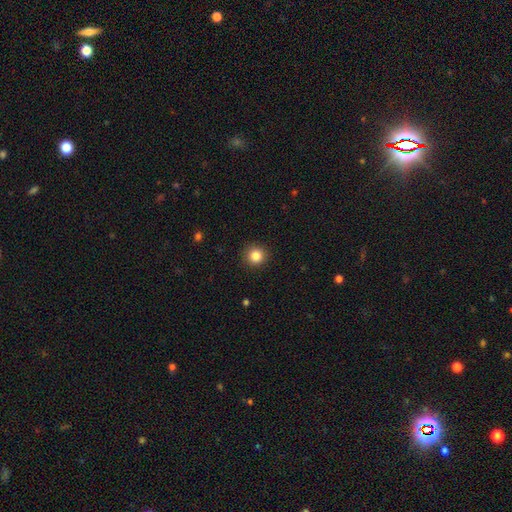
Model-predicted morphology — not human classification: Smooth or featured? Predicted: smooth (p=0.85). How rounded? Predicted: round (p=0.94). Merging? Predicted: none (p=0.91).